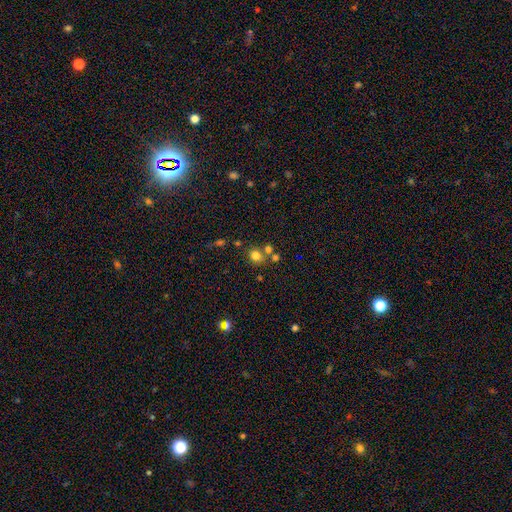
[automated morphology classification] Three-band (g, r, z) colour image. It shows a smooth galaxy with no disk features (76%) that is round (76%). Merging: none (66%).